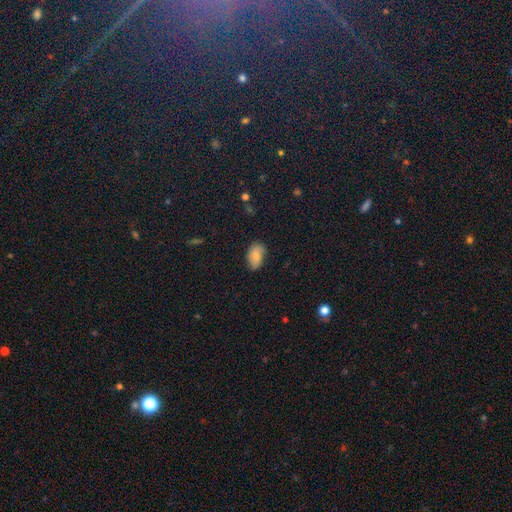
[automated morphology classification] Smooth or featured: smooth — 73% (featured or disk — 18%)
How rounded: in between — 91% (round — 7%)
Merging: none — 70% (minor disturbance — 24%)